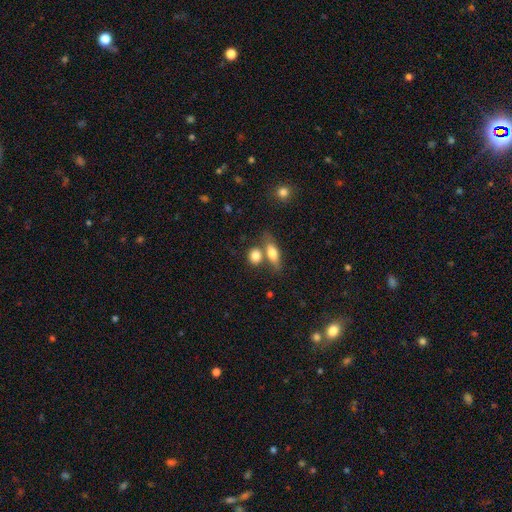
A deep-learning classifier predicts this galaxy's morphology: Overall: smooth (82%). How rounded: in between (51%; round 43%). Merging: none (51%; merger 34%).